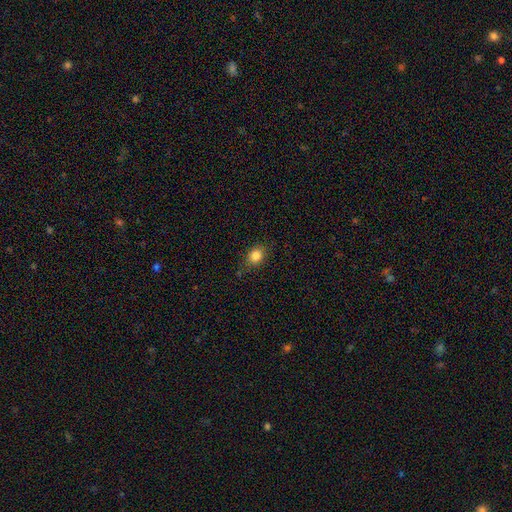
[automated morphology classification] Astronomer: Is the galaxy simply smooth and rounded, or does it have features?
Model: smooth — 83%.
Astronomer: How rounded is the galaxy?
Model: round — 50% (runner-up: in between, 49%).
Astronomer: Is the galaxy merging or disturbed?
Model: none — 79%.